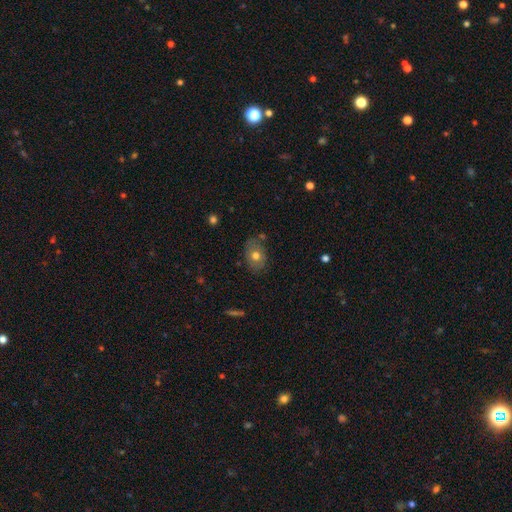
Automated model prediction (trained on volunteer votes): Smooth or featured? Predicted: smooth (p=0.69). How rounded? Predicted: in between (p=0.70). Merging? Predicted: none (p=0.75).